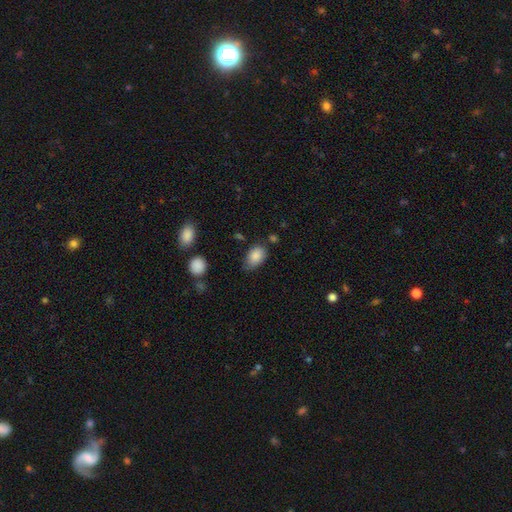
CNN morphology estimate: Smooth or featured? Predicted: smooth (p=0.85). How rounded? Predicted: in between (p=0.88). Merging? Predicted: none (p=0.61).